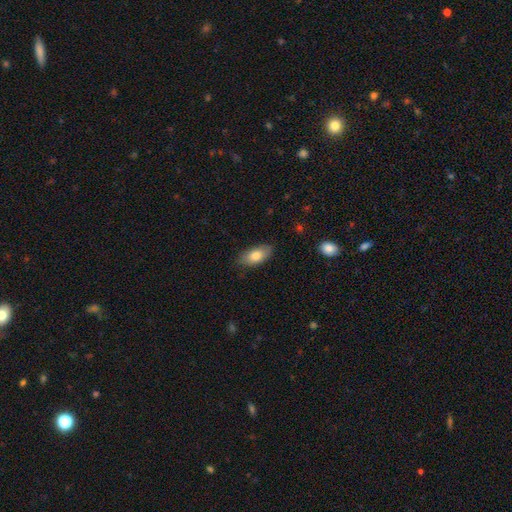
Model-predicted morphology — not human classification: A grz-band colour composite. It shows a smooth galaxy with no disk features (80%) that is in between round and cigar-shaped (91%). Merging: none (81%).